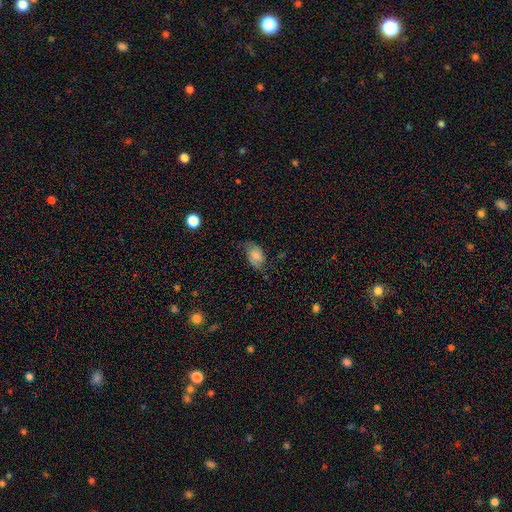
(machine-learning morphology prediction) A smooth galaxy with no disk features (74%) that is in between round and cigar-shaped (86%). Merging: none (54%).